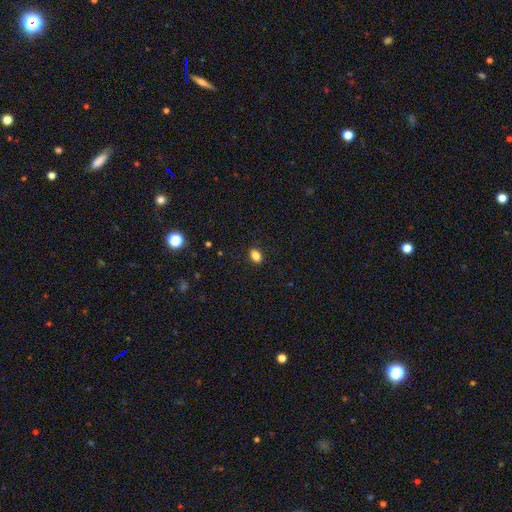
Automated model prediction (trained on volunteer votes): Q: Smooth or featured?
A: smooth (84%); runner-up: star or artifact (11%)
Q: How rounded?
A: in between (81%); runner-up: round (17%)
Q: Merging?
A: none (89%); runner-up: minor disturbance (8%)